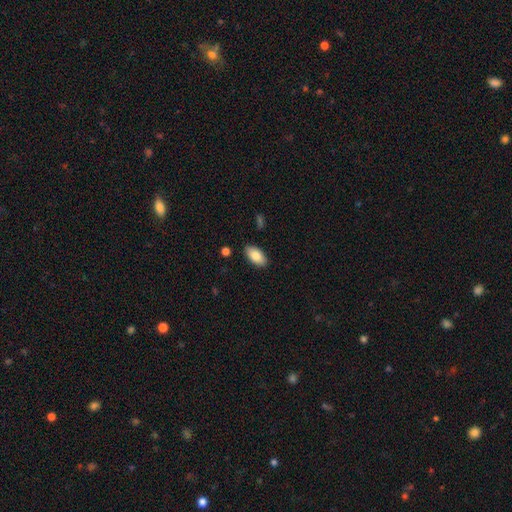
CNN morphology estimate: smooth-or-featured: smooth: 85% | featured or disk: 9% | star or artifact: 7%
  how-rounded: in between: 94% | cigar-shaped: 3% | round: 2%
  merging: none: 88% | minor disturbance: 9% | major disturbance: 2% | merger: 2%